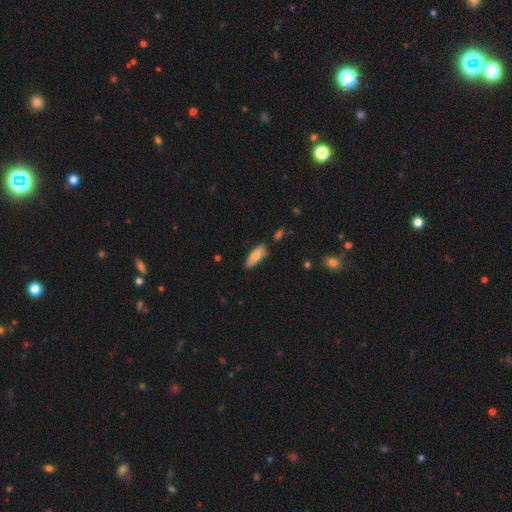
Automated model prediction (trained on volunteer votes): Smooth or featured?
  - smooth: 78% *
  - featured or disk: 16%
  - star or artifact: 6%
How rounded?
  - in between: 67% *
  - cigar-shaped: 31%
  - round: 2%
Merging?
  - none: 74% *
  - minor disturbance: 19%
  - merger: 4%
  - major disturbance: 3%